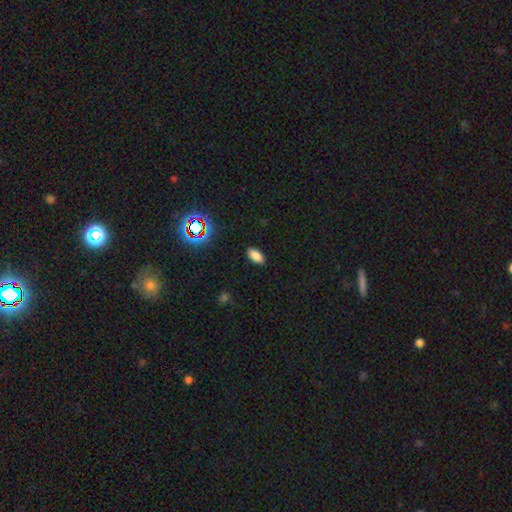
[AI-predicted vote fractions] Smooth or featured? Predicted: smooth (p=0.81). How rounded? Predicted: in between (p=0.92). Merging? Predicted: none (p=0.88).